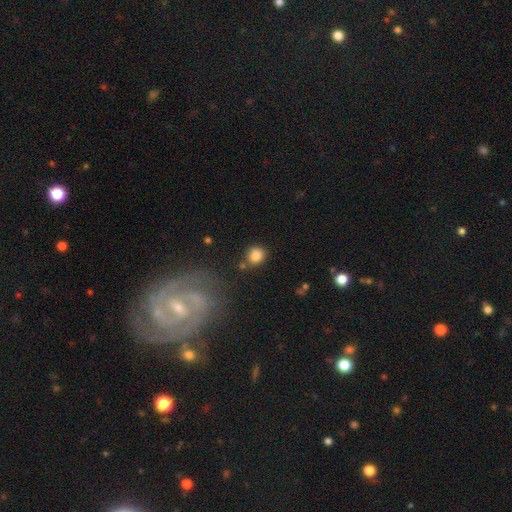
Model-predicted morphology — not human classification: Q: Smooth or featured?
A: smooth (83%); runner-up: star or artifact (10%)
Q: How rounded?
A: round (81%); runner-up: in between (17%)
Q: Merging?
A: none (72%); runner-up: minor disturbance (14%)